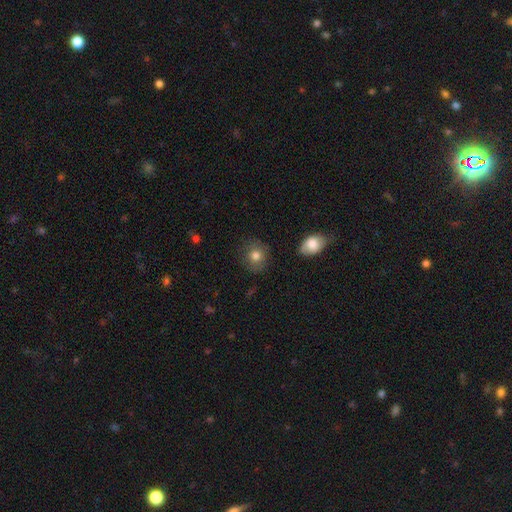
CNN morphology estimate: This appears to be a smooth galaxy with no disk features (79%) that is round (84%). Merging: none (82%).